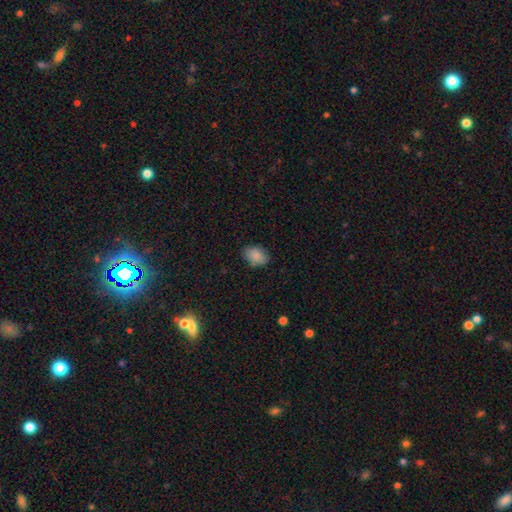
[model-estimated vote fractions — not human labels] smooth 86%, star or artifact 8%, featured or disk 6%. Down the decision tree: how rounded — in between (80%); merging — none (81%).